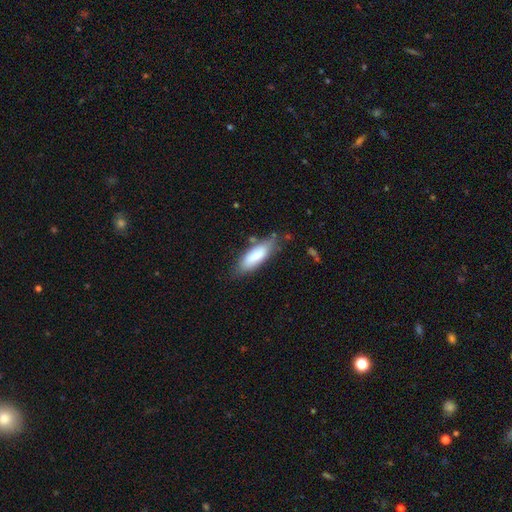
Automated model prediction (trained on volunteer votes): Smooth or featured?
  - smooth: 80% *
  - featured or disk: 14%
  - star or artifact: 6%
How rounded?
  - in between: 63% *
  - cigar-shaped: 36%
  - round: 2%
Merging?
  - none: 71% *
  - minor disturbance: 20%
  - major disturbance: 5%
  - merger: 4%